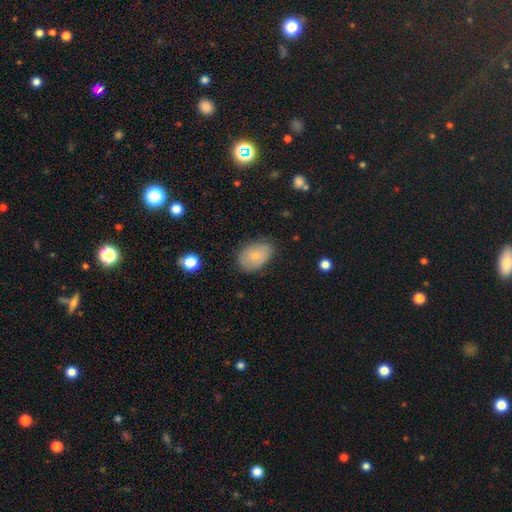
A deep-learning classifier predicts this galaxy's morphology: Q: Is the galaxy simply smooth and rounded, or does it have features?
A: smooth — 74%.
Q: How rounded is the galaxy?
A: in between — 83%.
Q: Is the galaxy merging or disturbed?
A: none — 71%.